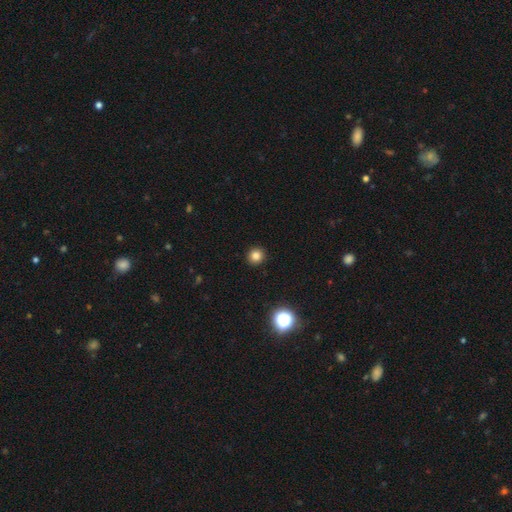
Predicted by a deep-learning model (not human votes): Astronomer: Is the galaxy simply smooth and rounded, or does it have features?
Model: smooth — 82%.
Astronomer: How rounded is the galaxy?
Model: round — 93%.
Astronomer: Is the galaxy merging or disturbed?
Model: none — 93%.